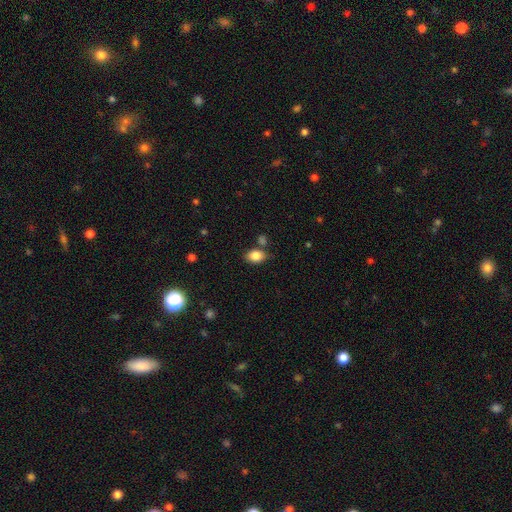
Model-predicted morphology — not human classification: type=smooth (84%); roundness=in between (77%); merging=none (73%).